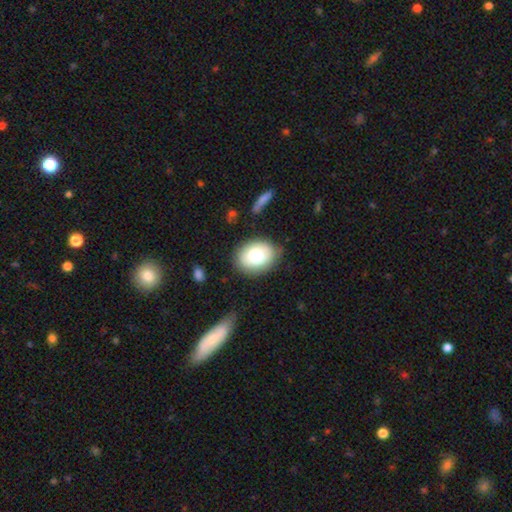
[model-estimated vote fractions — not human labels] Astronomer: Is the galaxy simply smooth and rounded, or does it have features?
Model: smooth — 72%.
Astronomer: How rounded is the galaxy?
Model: in between — 64%.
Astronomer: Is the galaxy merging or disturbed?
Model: none — 82%.